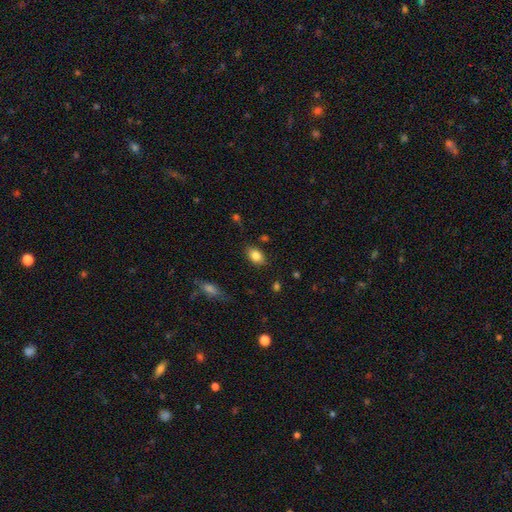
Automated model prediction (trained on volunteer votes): Morphology: type=smooth (83%); roundness=in between (85%); merging=none (82%).